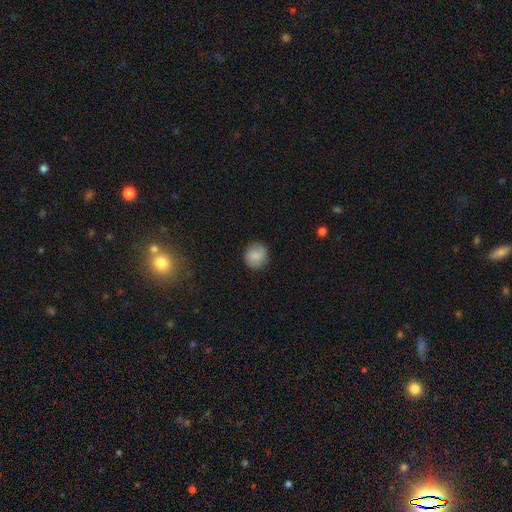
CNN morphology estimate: Smooth or featured?
  - smooth: 75% *
  - featured or disk: 17%
  - star or artifact: 8%
How rounded?
  - round: 85% *
  - in between: 14%
  - cigar-shaped: 1%
Merging?
  - none: 84% *
  - minor disturbance: 12%
  - major disturbance: 3%
  - merger: 1%